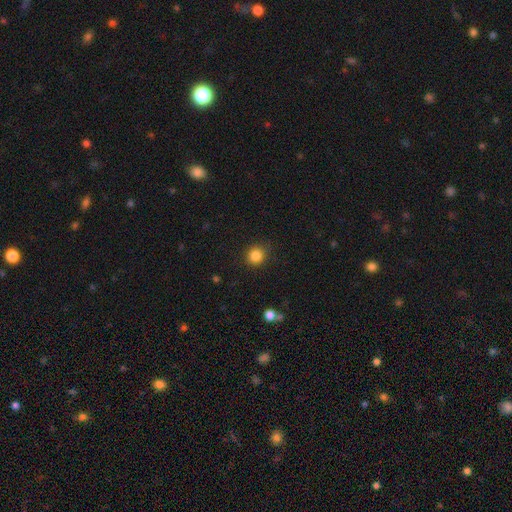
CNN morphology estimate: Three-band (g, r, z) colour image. It shows a smooth galaxy with no disk features (85%) that is round (89%). Merging: none (88%).